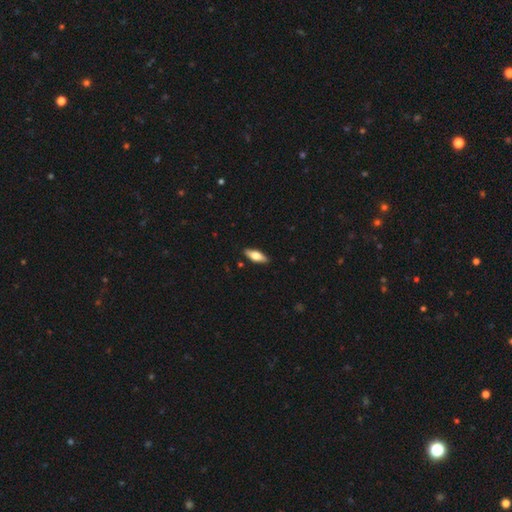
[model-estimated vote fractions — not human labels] The model was most divided on "smooth or featured": smooth: 65%, featured or disk: 29%, star or artifact: 6%. More confident: merging — none (88%); how rounded — in between (69%).